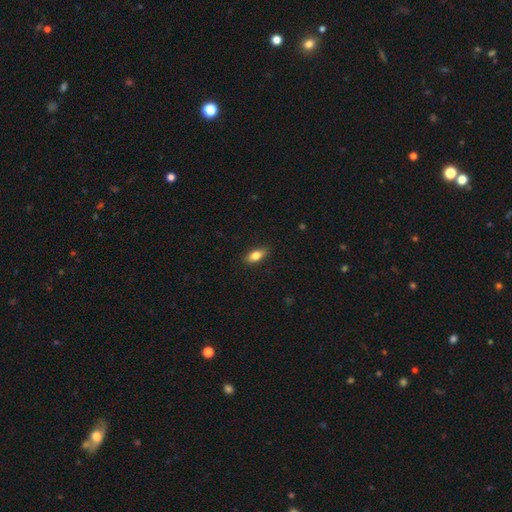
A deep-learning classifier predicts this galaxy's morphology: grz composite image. It shows a smooth galaxy with no disk features (79%) that is in between round and cigar-shaped (80%). Merging: none (87%).